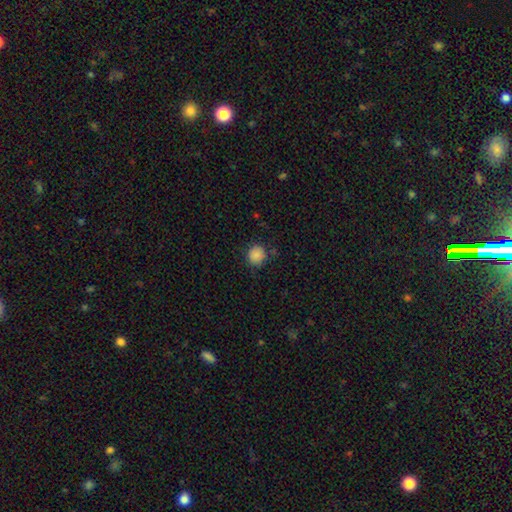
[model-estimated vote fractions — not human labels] Smooth or featured: smooth — 87% (star or artifact — 10%)
How rounded: round — 86% (in between — 13%)
Merging: none — 79% (minor disturbance — 15%)